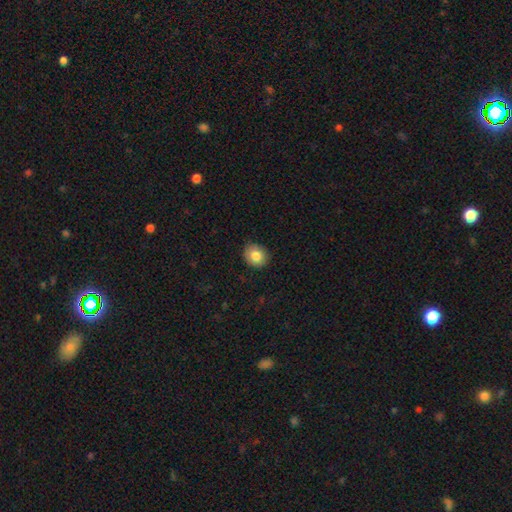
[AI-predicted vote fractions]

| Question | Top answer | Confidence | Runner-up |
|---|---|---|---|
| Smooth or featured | smooth | 82% | featured or disk (9%) |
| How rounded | round | 71% | in between (28%) |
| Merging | none | 85% | minor disturbance (12%) |